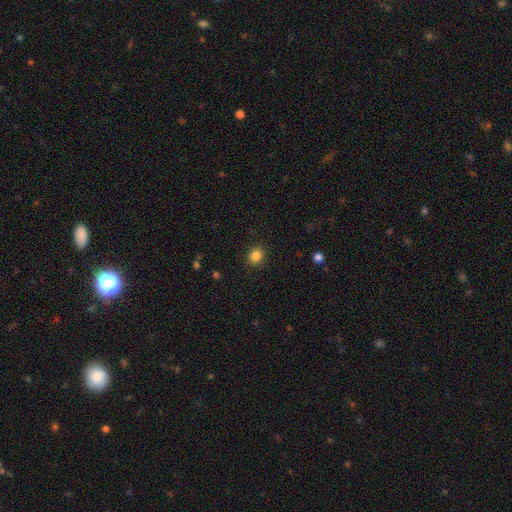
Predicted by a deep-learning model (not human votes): Morphology: type=smooth (85%); roundness=round (72%); merging=none (90%).